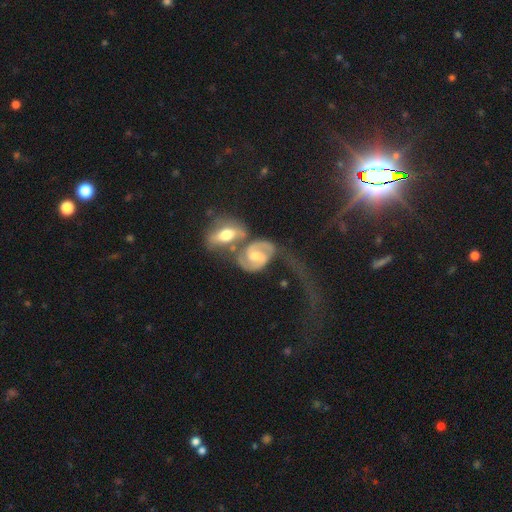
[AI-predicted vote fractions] Overall: featured or disk (84%). Edge-on disk: no (95%). Bar: weak (45%; no 35%). Spiral arms: yes (95%). Spiral arm count: 2 (85%). Spiral winding: medium (43%; tight 33%). Bulge size: moderate (60%; small 30%). Merging: merger (55%; none 20%).